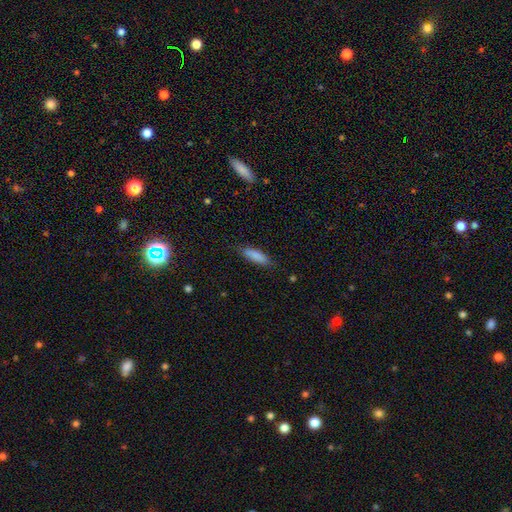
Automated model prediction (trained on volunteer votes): A smooth galaxy with no disk features (86%) that is cigar-shaped (53%). Merging: none (83%).